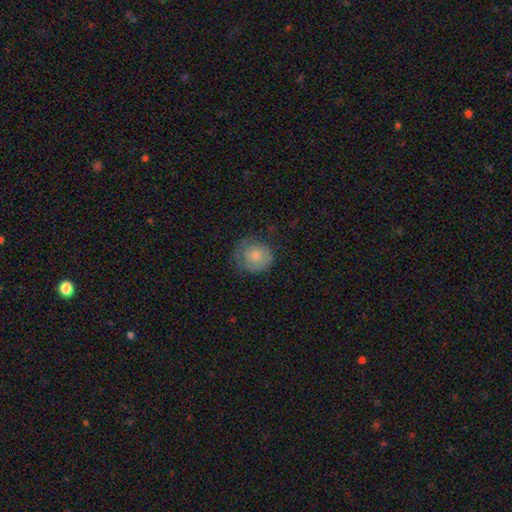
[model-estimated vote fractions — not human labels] A smooth galaxy with no disk features (74%) that is round (84%).

Vote fractions:
- Smooth or featured? smooth: 74% / featured or disk: 19% / star or artifact: 7%
- How rounded? round: 84% / in between: 15% / cigar-shaped: 1%
- Merging? none: 63% / minor disturbance: 24% / major disturbance: 12% / merger: 1%